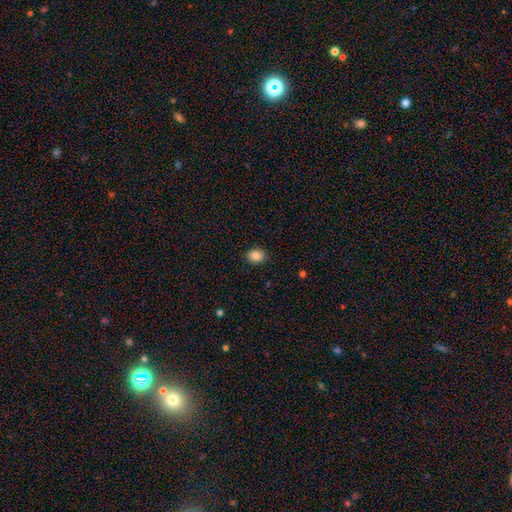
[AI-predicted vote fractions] smooth 87%, star or artifact 9%, featured or disk 4%. Down the decision tree: how rounded — in between (66%); merging — none (88%).